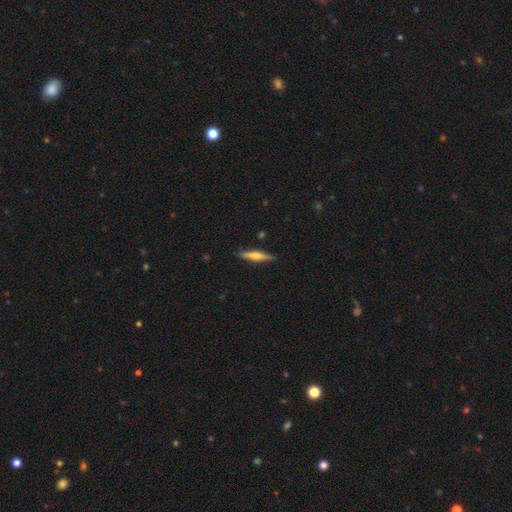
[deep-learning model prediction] Smooth or featured: featured or disk — 47% (tied with smooth — 47%)
Merging: none — 88% (minor disturbance — 9%)